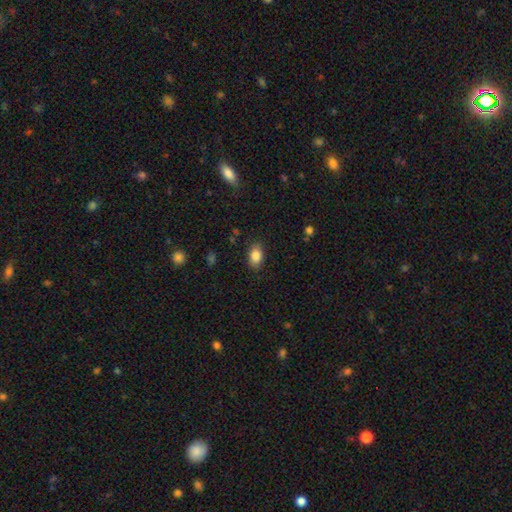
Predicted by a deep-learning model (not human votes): Morphology: type=smooth (85%); roundness=in between (88%); merging=none (86%).